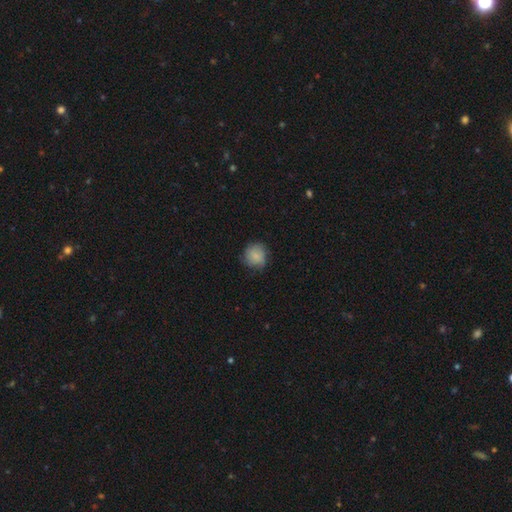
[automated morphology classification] Q: Smooth or featured?
A: smooth (83%); runner-up: featured or disk (9%)
Q: How rounded?
A: round (87%); runner-up: in between (12%)
Q: Merging?
A: none (73%); runner-up: minor disturbance (21%)